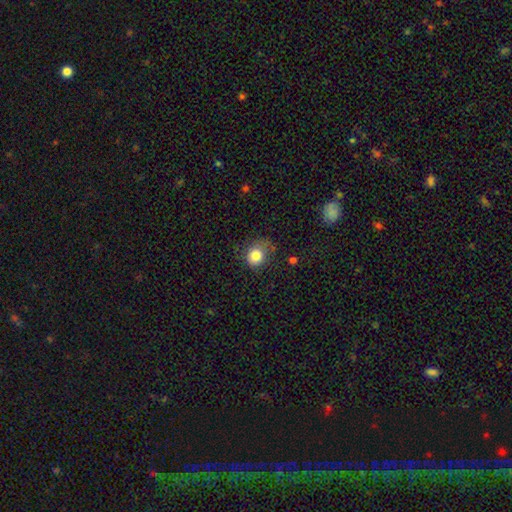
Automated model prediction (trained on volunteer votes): smooth-or-featured: smooth: 82% | star or artifact: 10% | featured or disk: 7%
  how-rounded: round: 72% | in between: 28% | cigar-shaped: 1%
  merging: none: 60% | minor disturbance: 27% | major disturbance: 10% | merger: 2%